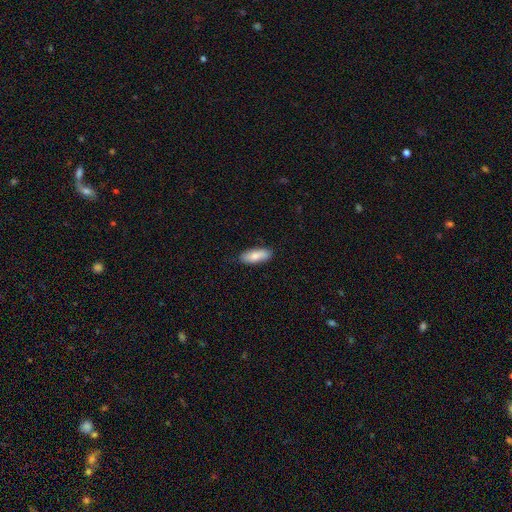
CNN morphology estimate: This appears to be a smooth galaxy with no disk features (81%) that is in between round and cigar-shaped (73%). Merging: none (86%).